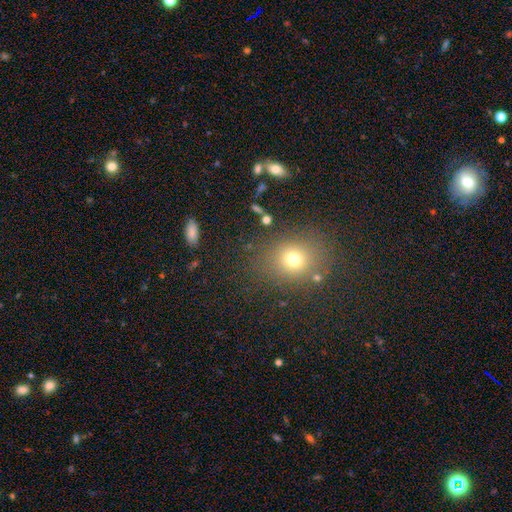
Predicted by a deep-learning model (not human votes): smooth 65%, star or artifact 26%, featured or disk 10%. Down the decision tree: how rounded — round (67%); merging — none (83%).